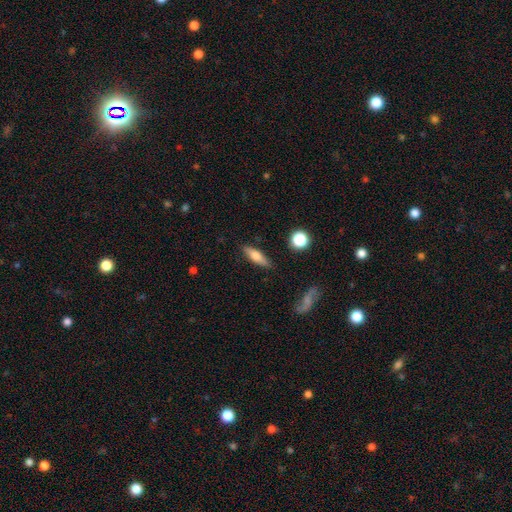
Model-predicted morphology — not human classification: smooth-or-featured: smooth: 64% | featured or disk: 29% | star or artifact: 7%
  how-rounded: cigar-shaped: 52% | in between: 44% | round: 4%
  merging: none: 84% | minor disturbance: 11% | major disturbance: 3% | merger: 2%